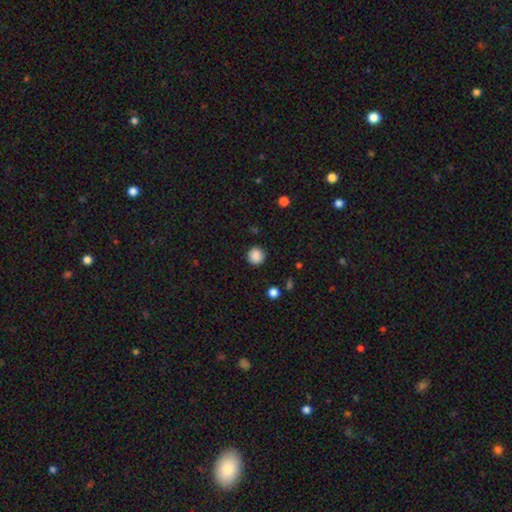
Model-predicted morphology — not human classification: Q: Smooth or featured?
A: smooth (88%); runner-up: star or artifact (10%)
Q: How rounded?
A: round (94%); runner-up: in between (5%)
Q: Merging?
A: none (91%); runner-up: minor disturbance (6%)